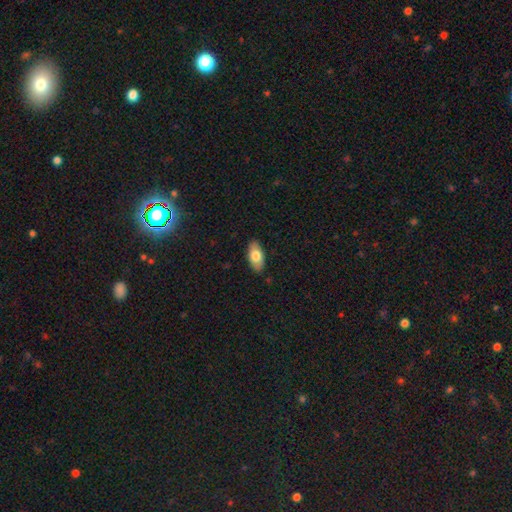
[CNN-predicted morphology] Q: Smooth or featured?
A: smooth (75%); runner-up: featured or disk (19%)
Q: How rounded?
A: in between (92%); runner-up: cigar-shaped (4%)
Q: Merging?
A: none (87%); runner-up: minor disturbance (10%)